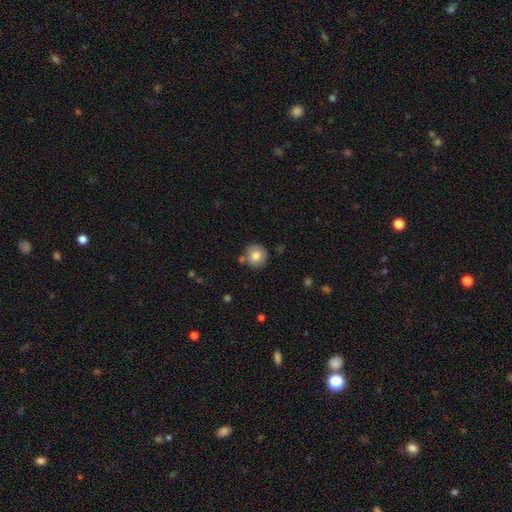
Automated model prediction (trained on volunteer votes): Smooth or featured?
  - smooth: 80% *
  - featured or disk: 11%
  - star or artifact: 9%
How rounded?
  - round: 91% *
  - in between: 8%
  - cigar-shaped: 1%
Merging?
  - none: 78% *
  - minor disturbance: 11%
  - merger: 8%
  - major disturbance: 3%